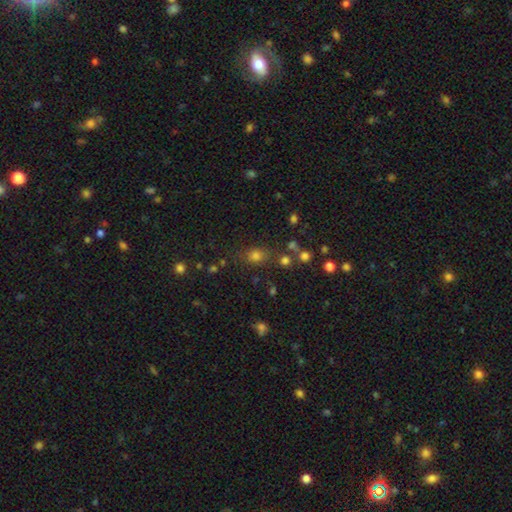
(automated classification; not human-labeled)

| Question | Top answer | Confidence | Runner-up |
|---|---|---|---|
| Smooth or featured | smooth | 68% | star or artifact (23%) |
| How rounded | round | 52% | in between (46%) |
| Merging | none | 73% | minor disturbance (13%) |